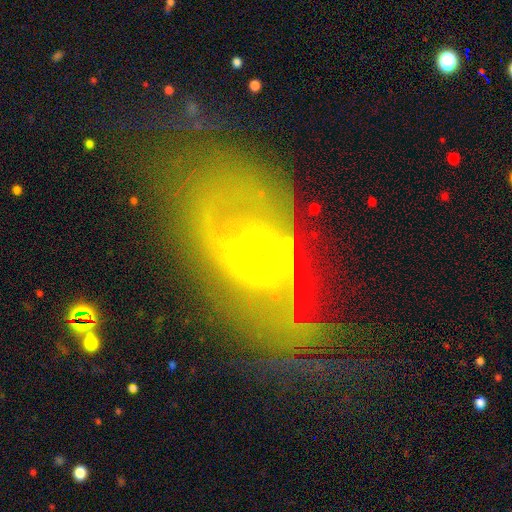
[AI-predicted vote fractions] Smooth or featured?
  - featured or disk: 80% *
  - smooth: 11%
  - star or artifact: 9%
Edge-on disk?
  - no: 94% *
  - yes: 6%
Bar?
  - no: 67% *
  - weak: 25%
  - strong: 9%
Spiral arms?
  - yes: 81% *
  - no: 19%
Spiral winding?
  - medium: 40% *
  - tight: 35%
  - loose: 25%
Spiral arm count?
  - 2: 62% *
  - can't tell: 17%
  - 1: 8%
  - 3: 6%
  - 4: 4%
  - more than 4: 4%
Bulge size?
  - moderate: 54% *
  - small: 36%
  - large: 6%
  - none: 2%
  - dominant: 2%
Merging?
  - none: 48% *
  - major disturbance: 26%
  - minor disturbance: 20%
  - merger: 7%